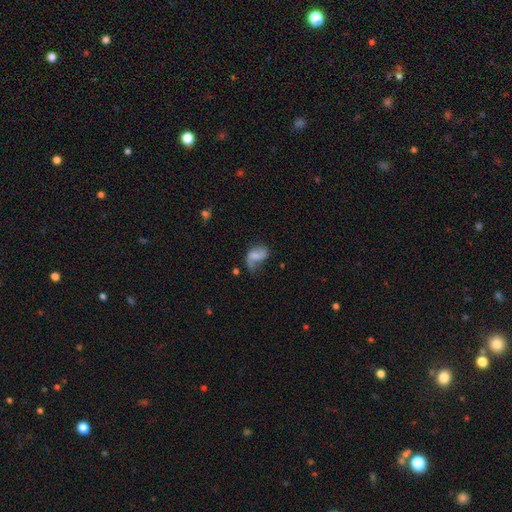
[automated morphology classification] Smooth or featured: featured or disk — 48% (smooth — 42%)
Merging: major disturbance — 34% (none — 31%)